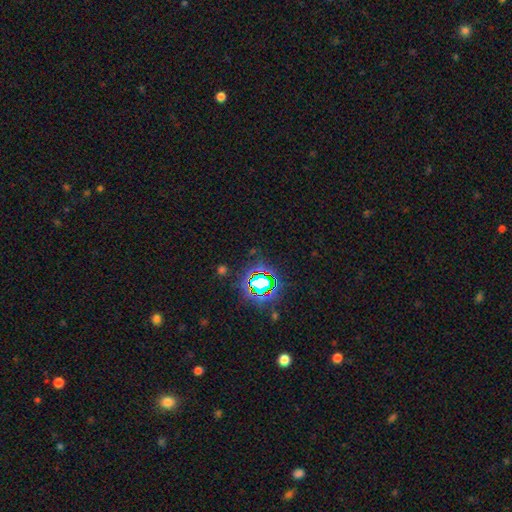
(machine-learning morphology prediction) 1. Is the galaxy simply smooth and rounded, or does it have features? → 78% star or artifact, 13% smooth, 8% featured or disk.